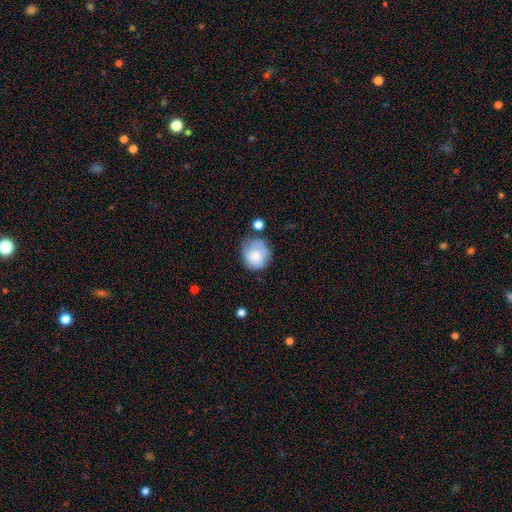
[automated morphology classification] A smooth galaxy with no disk features (75%) that is round (80%).

Vote fractions:
- Smooth or featured? smooth: 75% / featured or disk: 17% / star or artifact: 8%
- How rounded? round: 80% / in between: 19% / cigar-shaped: 1%
- Merging? none: 55% / minor disturbance: 28% / major disturbance: 9% / merger: 8%